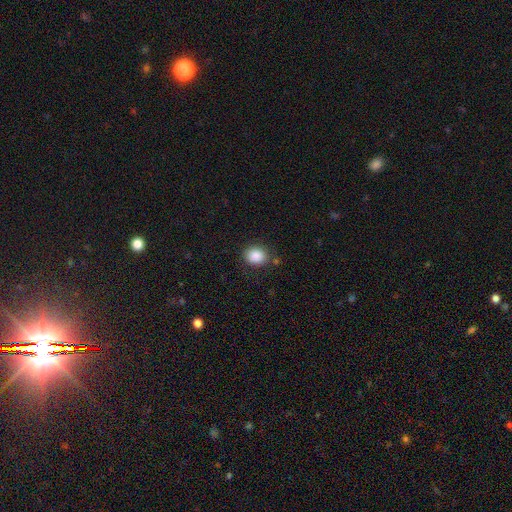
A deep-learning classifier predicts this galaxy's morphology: type=smooth (88%); roundness=round (66%); merging=none (82%).